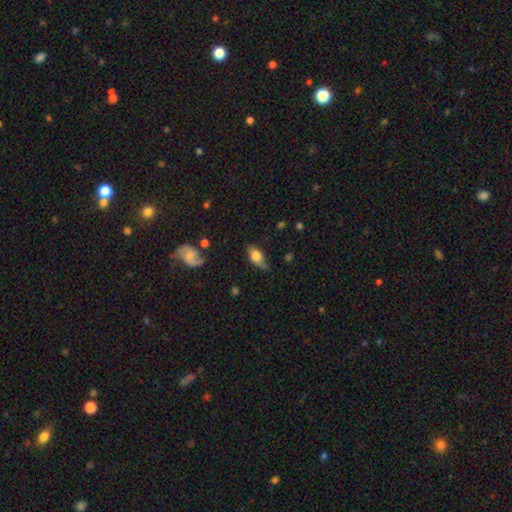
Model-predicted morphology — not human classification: This appears to be a smooth galaxy with no disk features (66%) that is in between round and cigar-shaped (85%). Merging: none (58%).